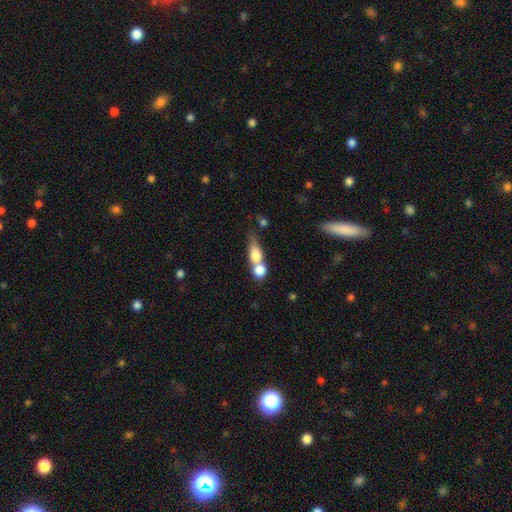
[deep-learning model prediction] This appears to be a smooth galaxy with no disk features (69%) that is in between round and cigar-shaped (46%). Merging: merger (64%).